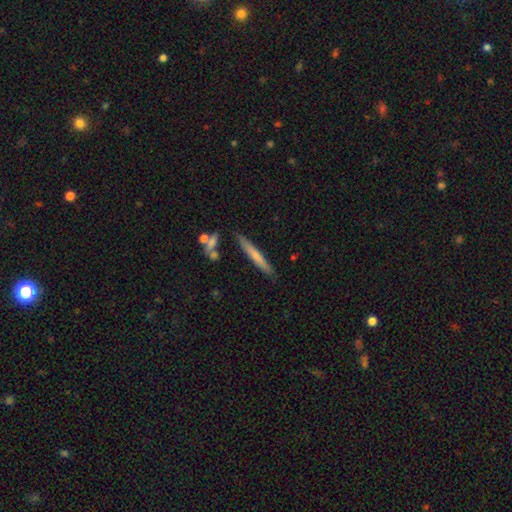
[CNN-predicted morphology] A smooth galaxy with no disk features (63%) that is cigar-shaped (95%).

Vote fractions:
- Smooth or featured? smooth: 63% / featured or disk: 31% / star or artifact: 6%
- How rounded? cigar-shaped: 95% / in between: 3% / round: 1%
- Merging? none: 84% / minor disturbance: 10% / merger: 4% / major disturbance: 2%